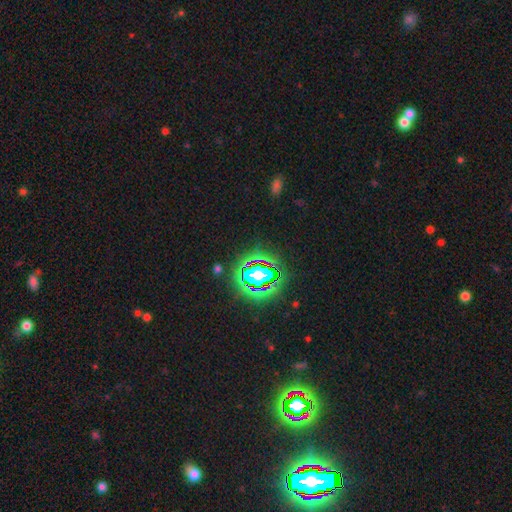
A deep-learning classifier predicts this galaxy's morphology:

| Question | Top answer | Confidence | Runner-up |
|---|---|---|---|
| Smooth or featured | star or artifact | 83% | smooth (10%) |